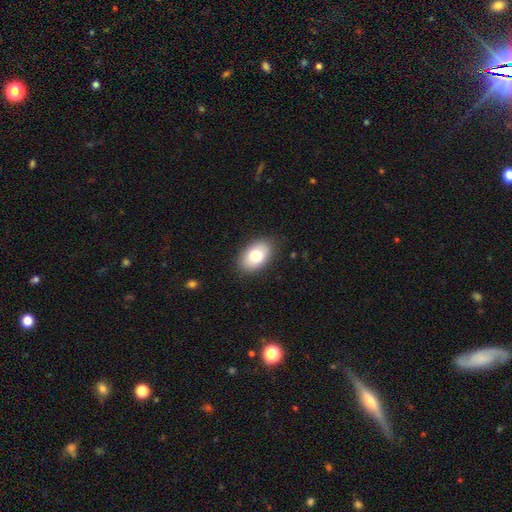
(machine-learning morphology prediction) Smooth or featured? Predicted: smooth (p=0.79). How rounded? Predicted: in between (p=0.90). Merging? Predicted: none (p=0.86).